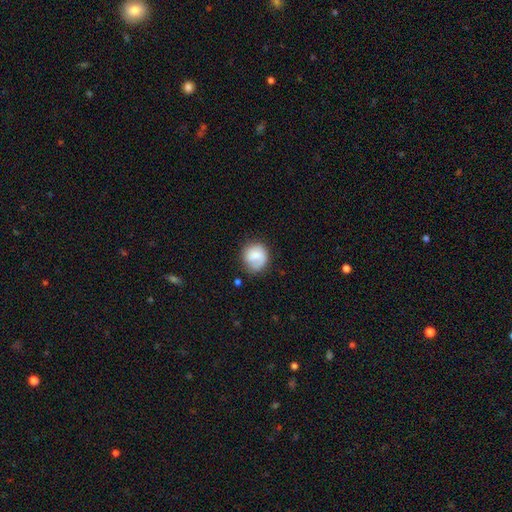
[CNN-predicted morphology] Overall: smooth (70%). How rounded: round (80%). Merging: none (64%).